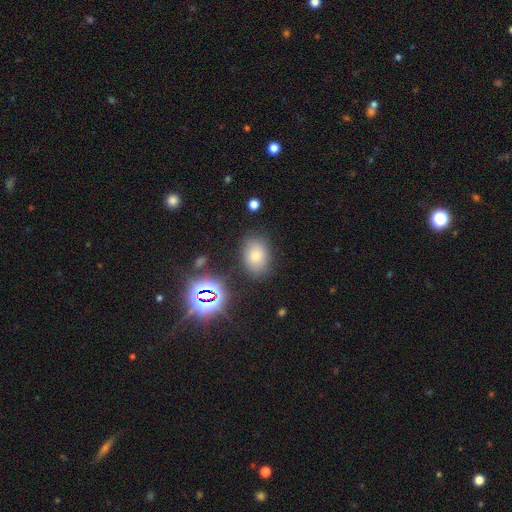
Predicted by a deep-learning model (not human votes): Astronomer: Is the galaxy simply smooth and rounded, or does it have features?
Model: smooth — 64%.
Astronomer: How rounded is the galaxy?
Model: in between — 76%.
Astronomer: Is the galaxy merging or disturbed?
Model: none — 83%.